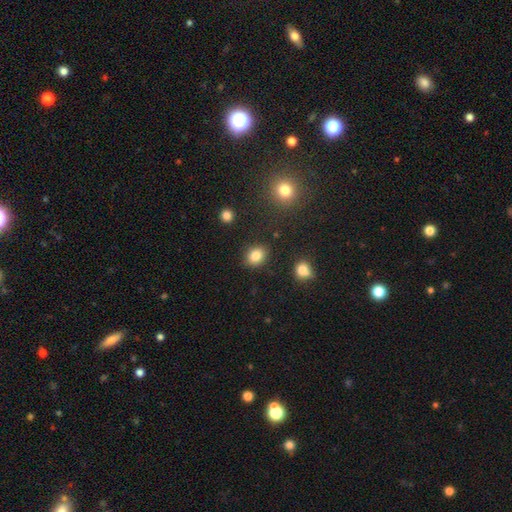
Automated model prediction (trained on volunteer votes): smooth-or-featured: smooth: 83% | star or artifact: 10% | featured or disk: 6%
  how-rounded: round: 53% | in between: 46% | cigar-shaped: 1%
  merging: none: 86% | minor disturbance: 9% | major disturbance: 3% | merger: 3%